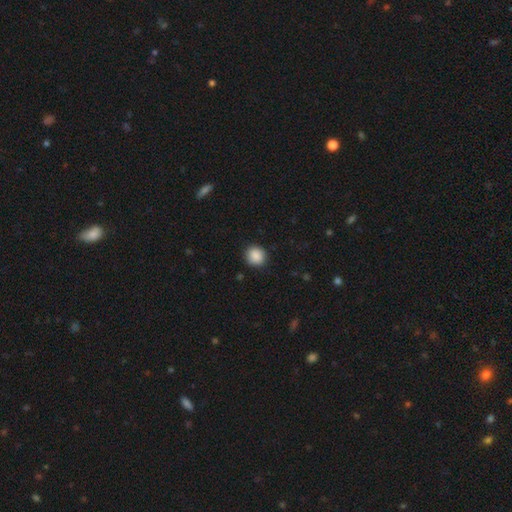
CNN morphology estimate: smooth_or_featured: smooth (p=0.89) [alt: star or artifact p=0.08]
how_rounded: round (p=0.87) [alt: in between p=0.12]
merging: none (p=0.90) [alt: minor disturbance p=0.07]